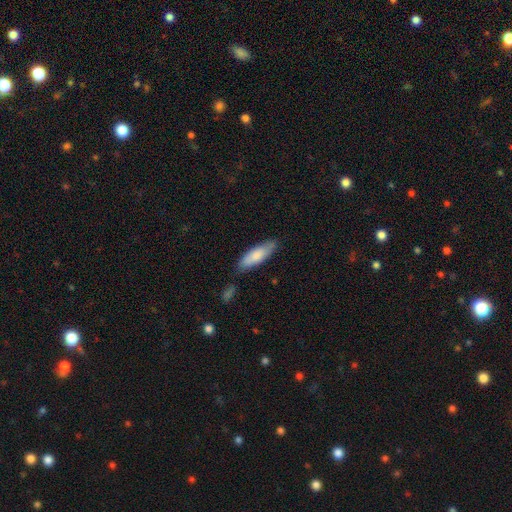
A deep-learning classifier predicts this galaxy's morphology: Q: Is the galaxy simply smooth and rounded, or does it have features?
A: smooth — 79%.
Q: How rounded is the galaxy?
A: in between — 52%.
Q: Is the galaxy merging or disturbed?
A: none — 75%.